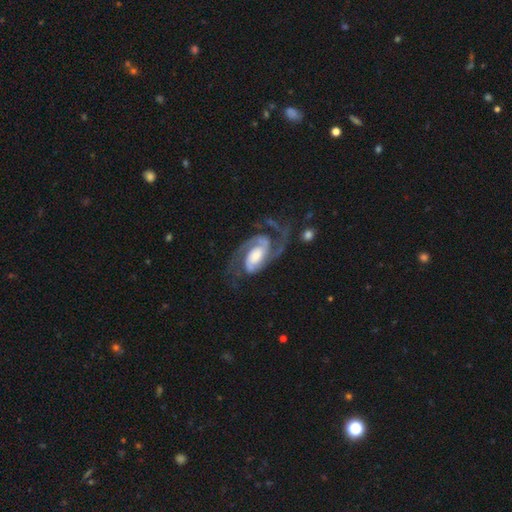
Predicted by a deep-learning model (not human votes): This is clearly a featured or disk galaxy (91%). It is clearly not viewed edge-on (98%). Bar: possibly no (47%). Spiral arm pattern: clearly yes (98%). Spiral arm count: clearly 2 (88%). Spiral winding: possibly medium (51%). Central bulge: marginally large (41%). Merging: possibly none (55%).